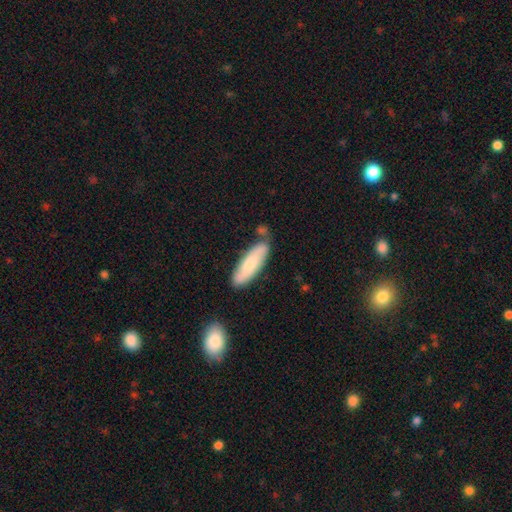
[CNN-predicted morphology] This is likely a smooth galaxy (71%). How rounded: possibly cigar-shaped (52%). Merging: likely none (66%).